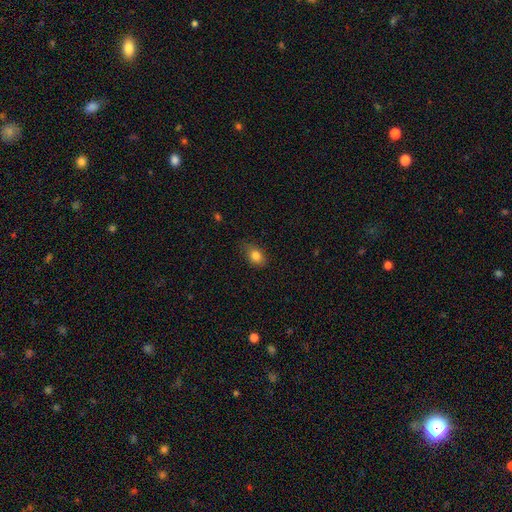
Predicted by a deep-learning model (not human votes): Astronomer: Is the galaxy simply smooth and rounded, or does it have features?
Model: smooth — 82%.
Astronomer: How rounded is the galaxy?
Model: in between — 74%.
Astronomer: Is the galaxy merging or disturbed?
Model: none — 74%.